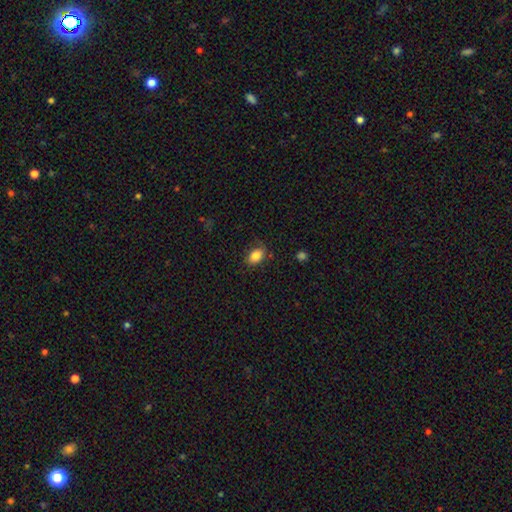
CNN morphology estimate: type=smooth (84%); roundness=in between (85%); merging=none (72%).